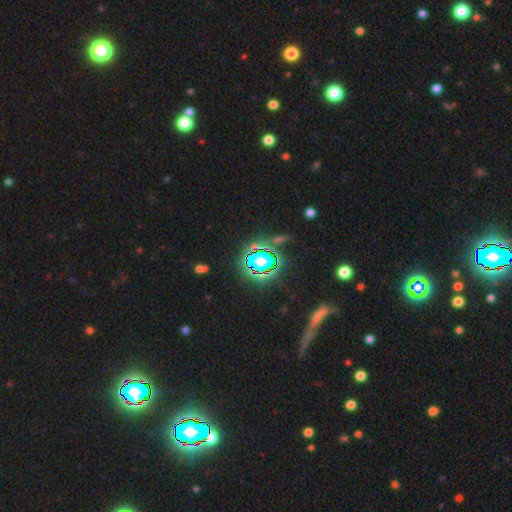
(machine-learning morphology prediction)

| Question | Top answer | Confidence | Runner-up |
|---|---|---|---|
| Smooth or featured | star or artifact | 76% | smooth (14%) |